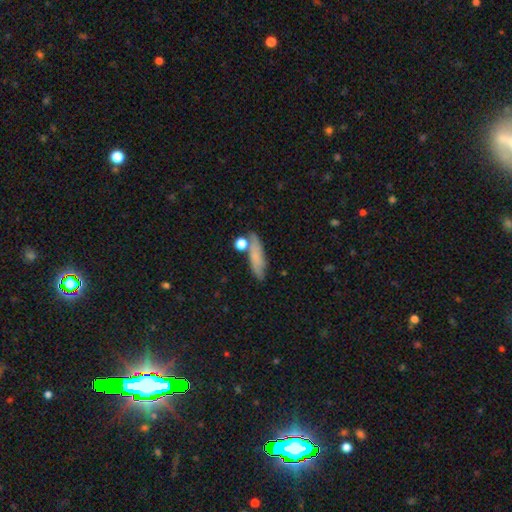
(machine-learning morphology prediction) Smooth or featured?
  - smooth: 68% *
  - featured or disk: 22%
  - star or artifact: 10%
How rounded?
  - cigar-shaped: 56% *
  - in between: 38%
  - round: 6%
Merging?
  - none: 66% *
  - minor disturbance: 18%
  - merger: 11%
  - major disturbance: 5%